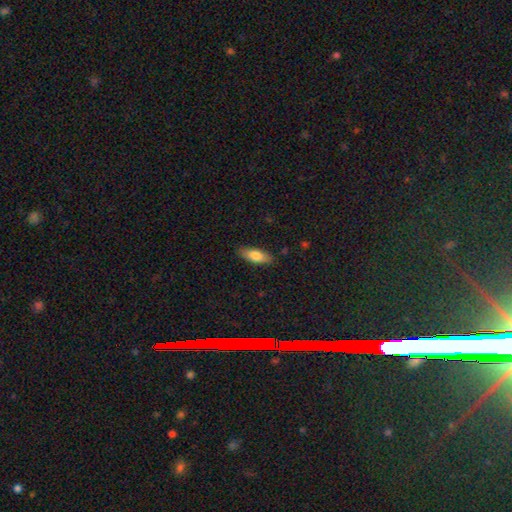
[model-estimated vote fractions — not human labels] Q: Smooth or featured?
A: smooth (75%); runner-up: featured or disk (19%)
Q: How rounded?
A: in between (68%); runner-up: cigar-shaped (30%)
Q: Merging?
A: none (87%); runner-up: minor disturbance (10%)